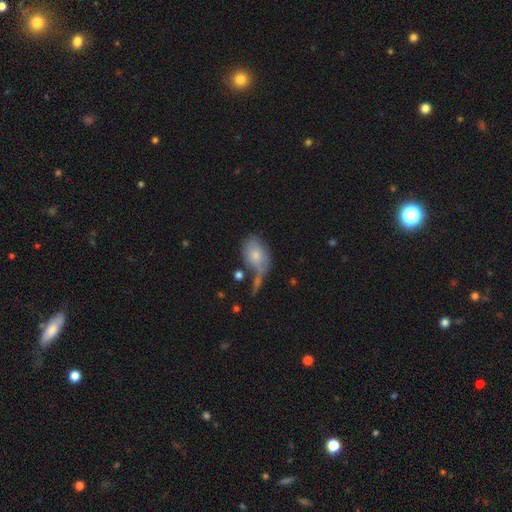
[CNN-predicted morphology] type=smooth (69%); roundness=in between (84%); merging=none (41%).